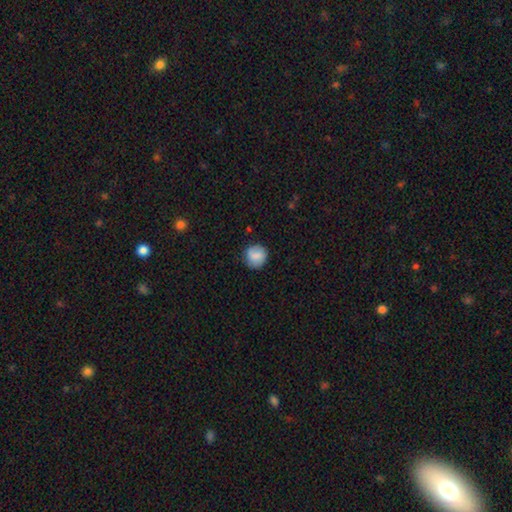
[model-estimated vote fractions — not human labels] smooth-or-featured: smooth: 77% | featured or disk: 15% | star or artifact: 7%
  how-rounded: round: 90% | in between: 9% | cigar-shaped: 1%
  merging: none: 83% | minor disturbance: 12% | major disturbance: 3% | merger: 1%